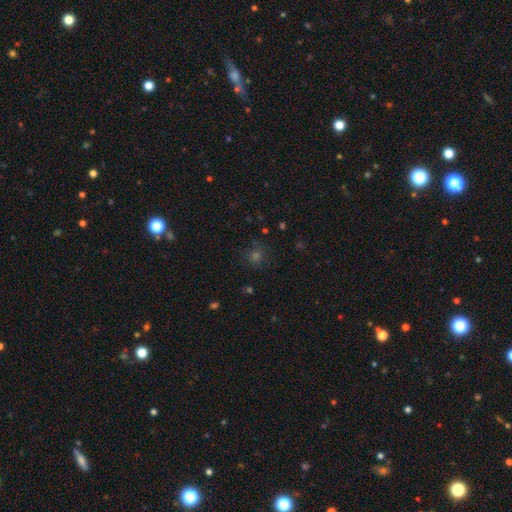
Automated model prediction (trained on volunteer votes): Overall: smooth (51%; star or artifact 39%). How rounded: round (90%). Merging: none (84%).